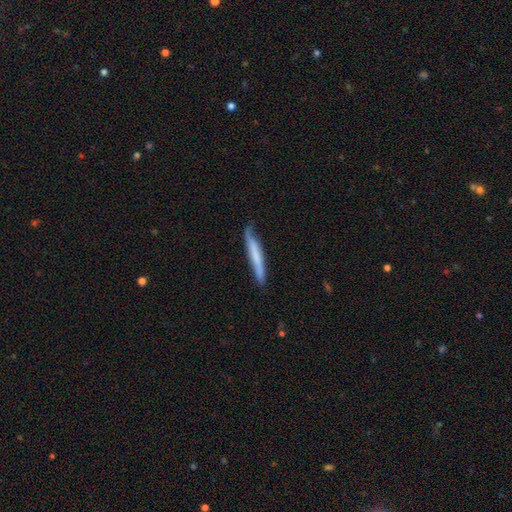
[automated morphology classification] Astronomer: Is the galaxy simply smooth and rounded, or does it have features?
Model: smooth — 58% (runner-up: featured or disk, 36%).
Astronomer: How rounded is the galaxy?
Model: cigar-shaped — 95%.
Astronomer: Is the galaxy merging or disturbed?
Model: none — 71%.